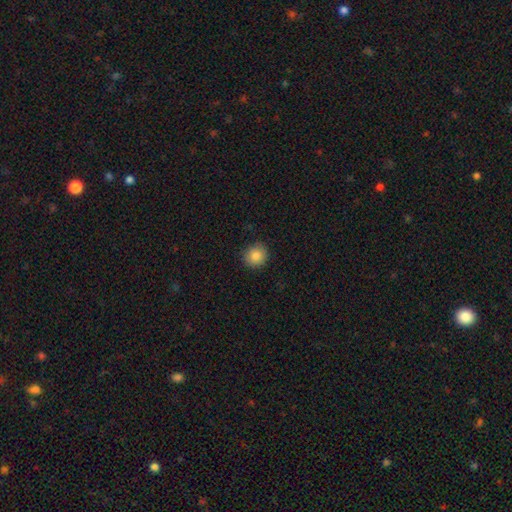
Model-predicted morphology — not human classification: This is clearly a smooth galaxy (85%). How rounded: clearly round (87%). Merging: clearly none (88%).